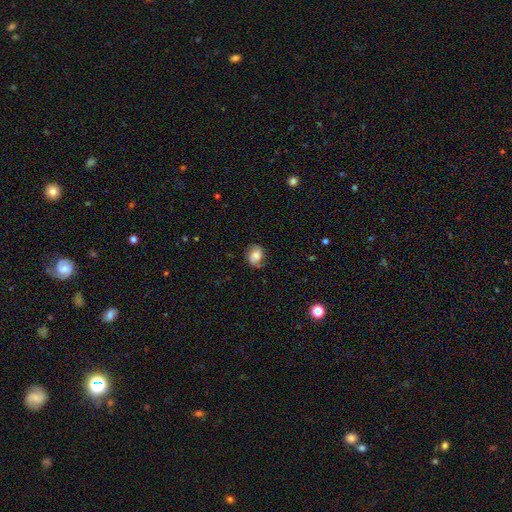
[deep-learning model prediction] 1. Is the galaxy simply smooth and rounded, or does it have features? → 55% smooth, 36% featured or disk, 10% star or artifact.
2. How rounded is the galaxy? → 50% in between, 49% round, 1% cigar-shaped.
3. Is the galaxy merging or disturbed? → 70% none, 21% minor disturbance, 7% major disturbance, 1% merger.